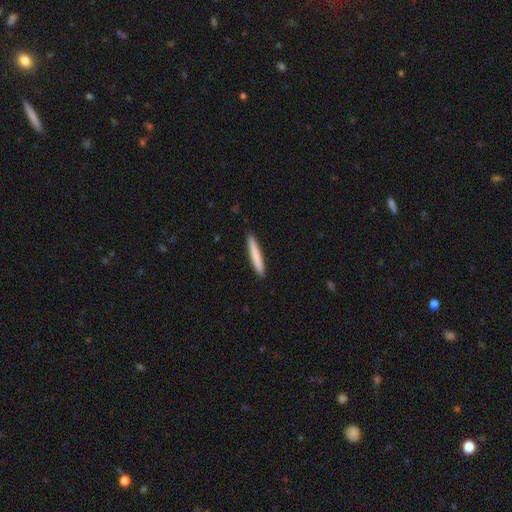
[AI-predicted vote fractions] Smooth or featured: smooth — 78% (featured or disk — 17%)
How rounded: cigar-shaped — 96% (in between — 3%)
Merging: none — 92% (minor disturbance — 6%)